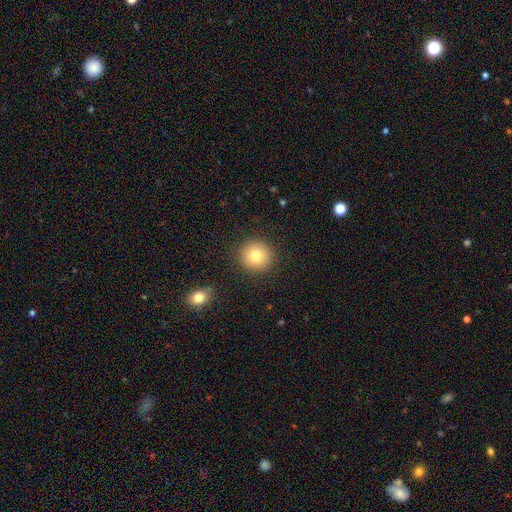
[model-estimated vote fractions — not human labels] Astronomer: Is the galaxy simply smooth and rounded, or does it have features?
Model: smooth — 79%.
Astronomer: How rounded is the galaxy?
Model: round — 95%.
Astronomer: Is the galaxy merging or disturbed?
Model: none — 91%.